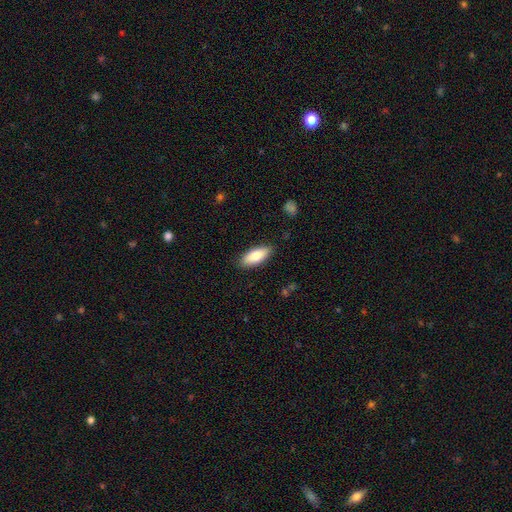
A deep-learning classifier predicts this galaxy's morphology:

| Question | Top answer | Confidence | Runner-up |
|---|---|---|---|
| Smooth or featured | smooth | 79% | featured or disk (15%) |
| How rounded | in between | 78% | cigar-shaped (20%) |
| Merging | none | 86% | minor disturbance (11%) |